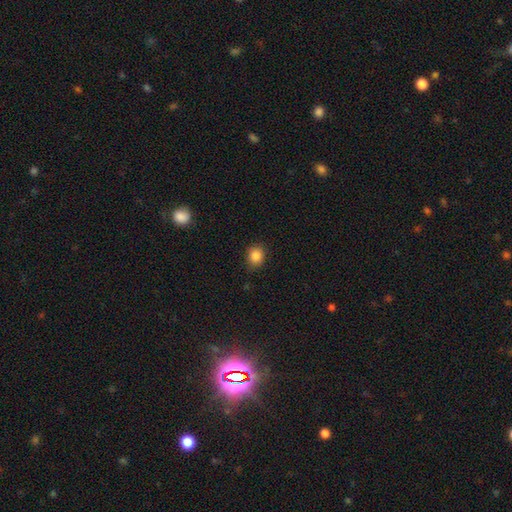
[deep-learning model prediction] A smooth galaxy with no disk features (86%) that is round (71%).

Vote fractions:
- Smooth or featured? smooth: 86% / star or artifact: 10% / featured or disk: 4%
- How rounded? round: 71% / in between: 28% / cigar-shaped: 1%
- Merging? none: 84% / minor disturbance: 12% / major disturbance: 3% / merger: 1%